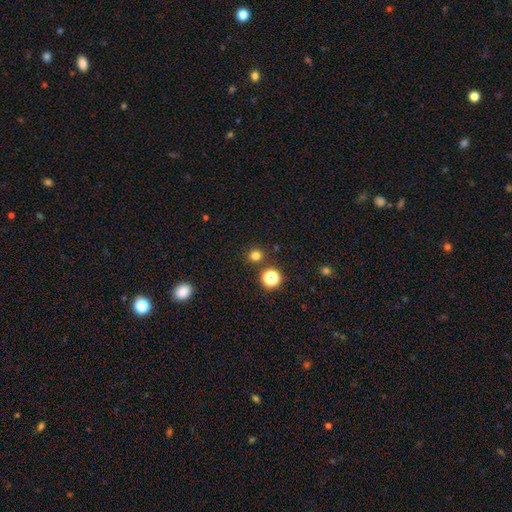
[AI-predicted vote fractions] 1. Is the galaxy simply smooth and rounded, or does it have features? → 77% smooth, 19% star or artifact, 5% featured or disk.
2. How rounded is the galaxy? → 91% round, 8% in between, 1% cigar-shaped.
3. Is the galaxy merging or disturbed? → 87% none, 6% minor disturbance, 4% merger, 2% major disturbance.